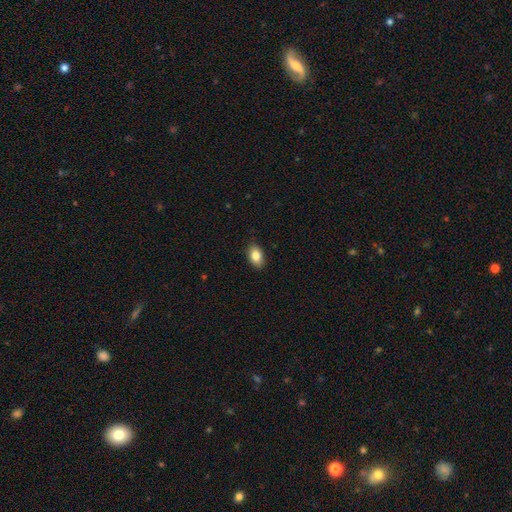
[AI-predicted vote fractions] A smooth galaxy with no disk features (84%) that is in between round and cigar-shaped (86%). Merging: none (88%).